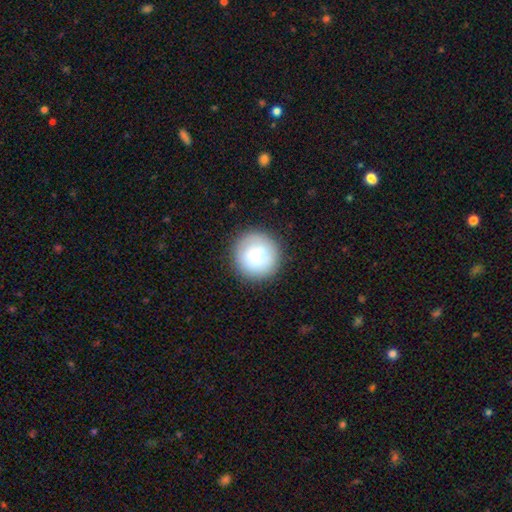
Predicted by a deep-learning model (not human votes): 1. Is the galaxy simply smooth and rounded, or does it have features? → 79% smooth, 14% featured or disk, 7% star or artifact.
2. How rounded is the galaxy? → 95% round, 4% in between, 1% cigar-shaped.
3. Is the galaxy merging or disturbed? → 87% none, 9% minor disturbance, 3% major disturbance, 1% merger.